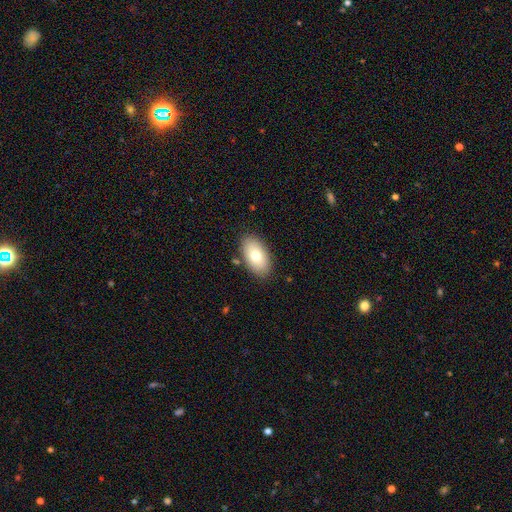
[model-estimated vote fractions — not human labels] smooth-or-featured: smooth: 75% | featured or disk: 18% | star or artifact: 7%
  how-rounded: in between: 94% | round: 4% | cigar-shaped: 2%
  merging: none: 85% | minor disturbance: 10% | merger: 2% | major disturbance: 2%